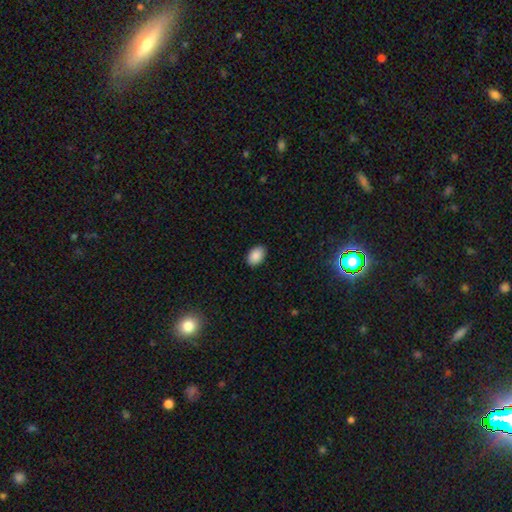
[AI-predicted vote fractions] Smooth or featured? smooth (89%)
How rounded? in between (87%)
Merging? none (88%)